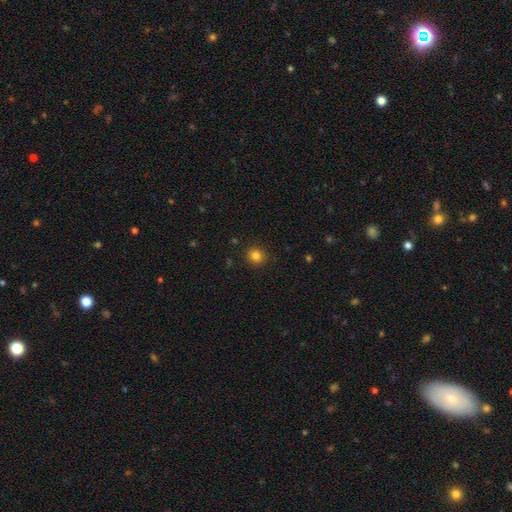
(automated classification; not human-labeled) The model was most divided on "smooth or featured": smooth: 83%, star or artifact: 12%, featured or disk: 5%. More confident: merging — none (90%); how rounded — round (88%).